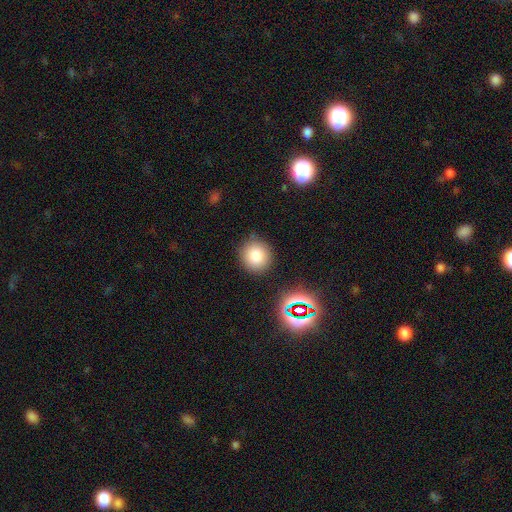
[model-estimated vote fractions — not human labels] A smooth galaxy with no disk features (81%) that is round (89%).

Vote fractions:
- Smooth or featured? smooth: 81% / star or artifact: 13% / featured or disk: 6%
- How rounded? round: 89% / in between: 10% / cigar-shaped: 1%
- Merging? none: 86% / minor disturbance: 9% / merger: 3% / major disturbance: 3%